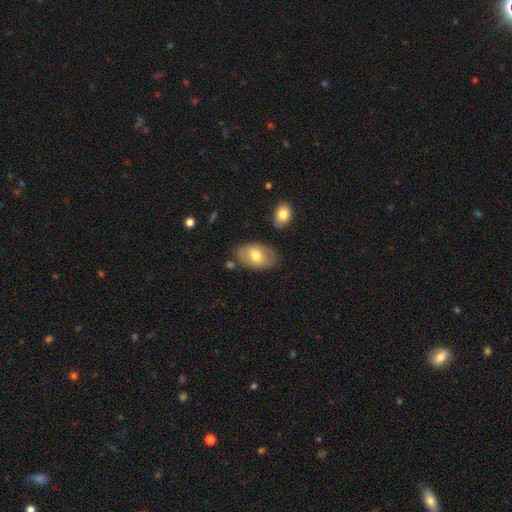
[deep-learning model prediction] smooth_or_featured: smooth (p=0.71) [alt: featured or disk p=0.23]
how_rounded: in between (p=0.91) [alt: round p=0.08]
merging: none (p=0.77) [alt: minor disturbance p=0.15]